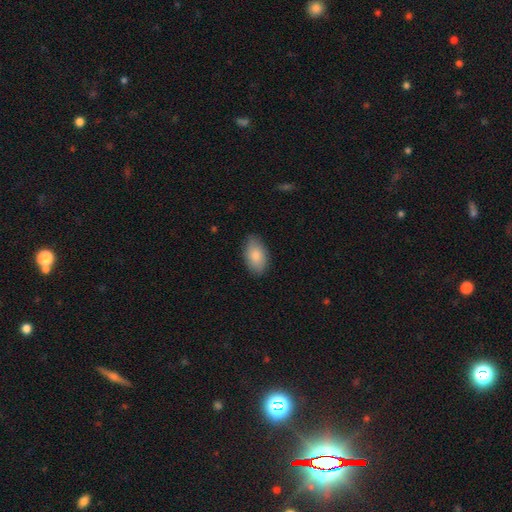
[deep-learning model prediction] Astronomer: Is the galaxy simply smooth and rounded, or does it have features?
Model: smooth — 85%.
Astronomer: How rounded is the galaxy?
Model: in between — 93%.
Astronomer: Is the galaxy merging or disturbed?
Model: none — 84%.